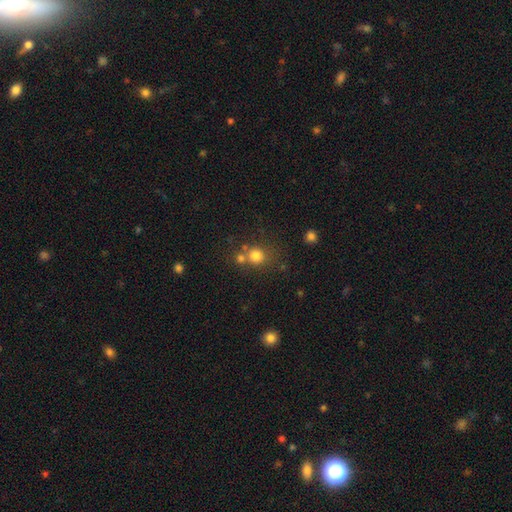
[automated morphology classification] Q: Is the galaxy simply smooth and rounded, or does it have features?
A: smooth — 77%.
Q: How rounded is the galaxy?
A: round — 86%.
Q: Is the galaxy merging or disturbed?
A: none — 58%.